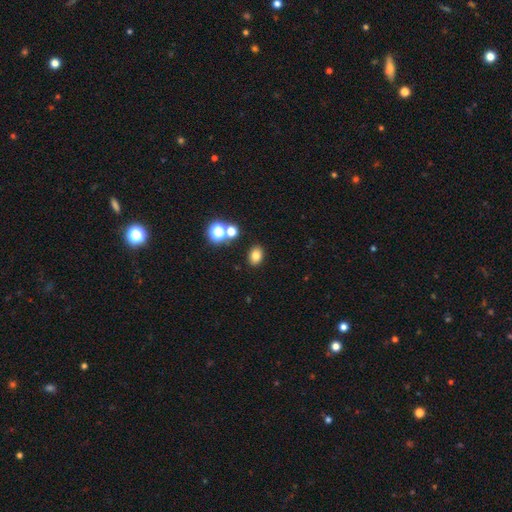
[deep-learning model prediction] Overall: smooth (78%). How rounded: in between (65%; round 34%). Merging: none (84%).